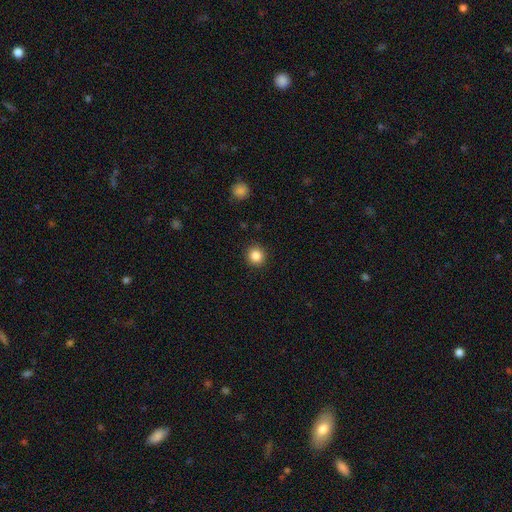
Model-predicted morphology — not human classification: Smooth or featured?
  - smooth: 85% *
  - star or artifact: 11%
  - featured or disk: 4%
How rounded?
  - round: 94% *
  - in between: 5%
  - cigar-shaped: 1%
Merging?
  - none: 92% *
  - minor disturbance: 5%
  - major disturbance: 2%
  - merger: 1%